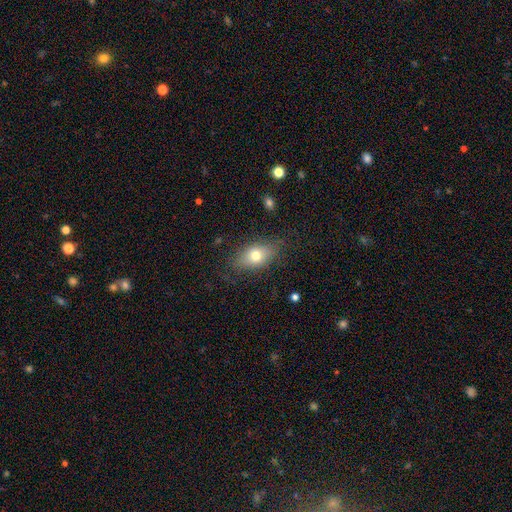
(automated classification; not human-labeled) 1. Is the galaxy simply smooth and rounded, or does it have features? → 72% smooth, 19% featured or disk, 9% star or artifact.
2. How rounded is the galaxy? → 83% in between, 12% round, 5% cigar-shaped.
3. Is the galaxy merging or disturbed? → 77% none, 16% minor disturbance, 6% major disturbance, 1% merger.